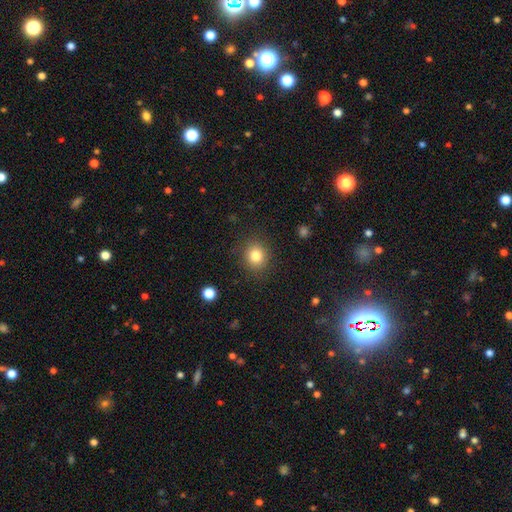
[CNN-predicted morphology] smooth_or_featured: smooth (p=0.81) [alt: star or artifact p=0.12]
how_rounded: round (p=0.82) [alt: in between p=0.17]
merging: none (p=0.88) [alt: minor disturbance p=0.08]